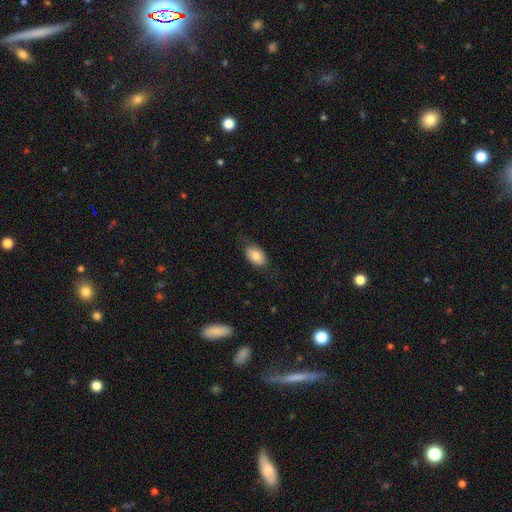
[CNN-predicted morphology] Smooth or featured: smooth — 81% (featured or disk — 12%)
How rounded: in between — 92% (round — 6%)
Merging: none — 75% (minor disturbance — 19%)